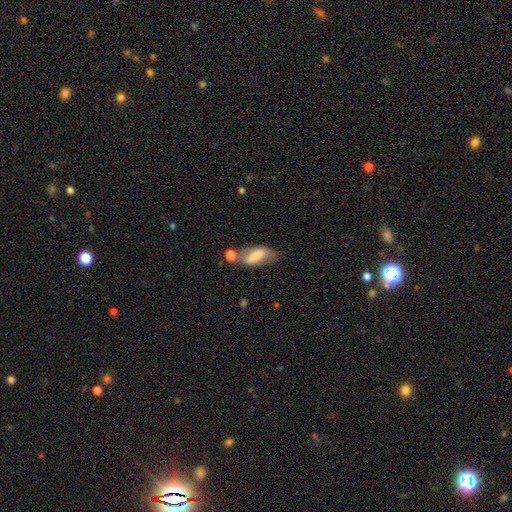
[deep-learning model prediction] Smooth or featured? Predicted: smooth (p=0.63). How rounded? Predicted: in between (p=0.81). Merging? Predicted: none (p=0.40).